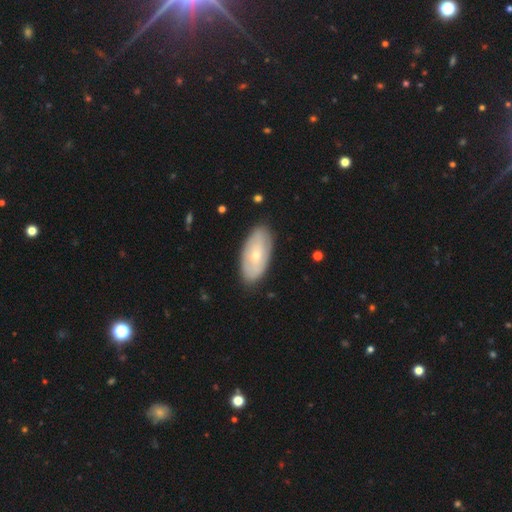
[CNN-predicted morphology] type=smooth (52%); roundness=in between (92%); merging=none (85%).